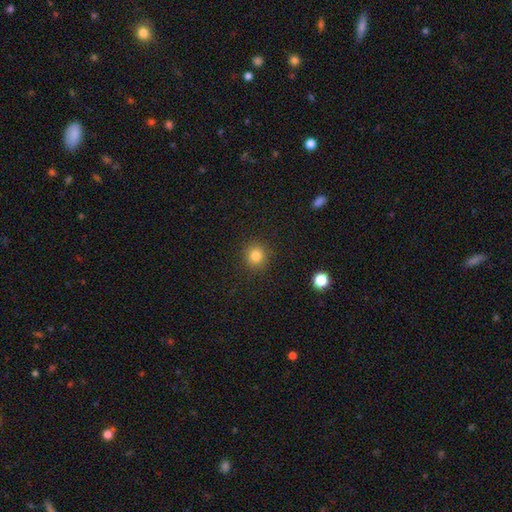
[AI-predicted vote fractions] The model was most divided on "smooth or featured": smooth: 83%, star or artifact: 12%, featured or disk: 5%. More confident: how rounded — round (91%); merging — none (90%).